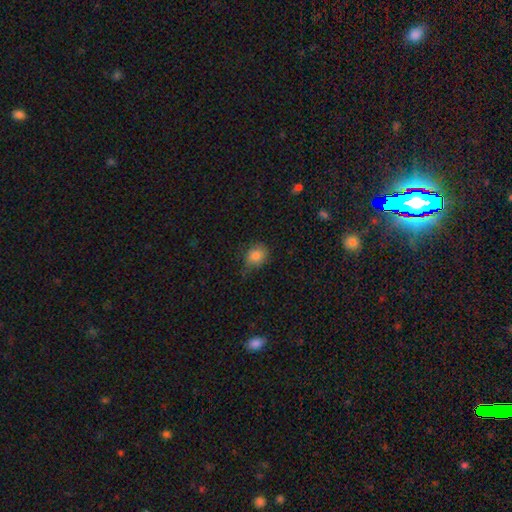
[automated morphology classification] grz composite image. It shows a smooth galaxy with no disk features (83%) that is round (59%). Merging: none (57%).